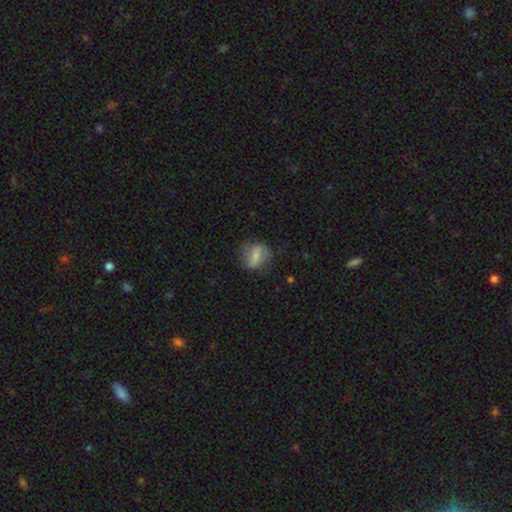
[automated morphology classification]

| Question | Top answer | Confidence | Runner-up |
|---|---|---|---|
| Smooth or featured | smooth | 52% | featured or disk (39%) |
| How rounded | round | 50% | in between (45%) |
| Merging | none | 70% | minor disturbance (20%) |